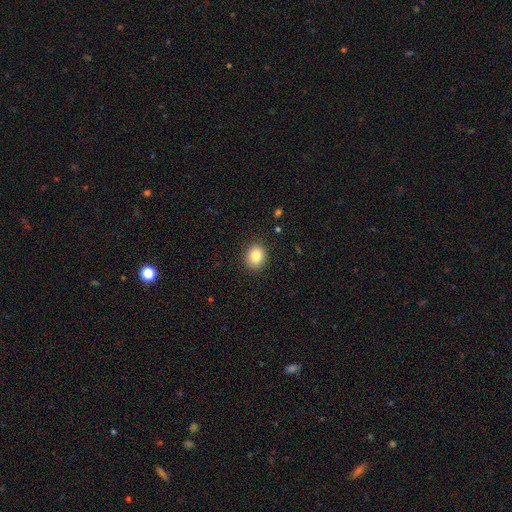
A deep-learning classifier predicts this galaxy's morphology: Q: Smooth or featured?
A: smooth (84%); runner-up: star or artifact (10%)
Q: How rounded?
A: round (67%); runner-up: in between (33%)
Q: Merging?
A: none (89%); runner-up: minor disturbance (7%)